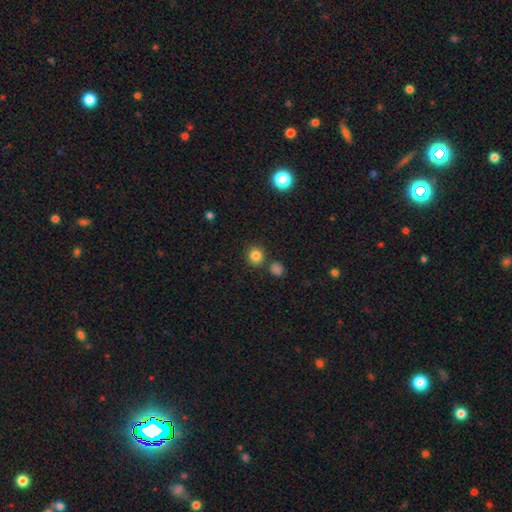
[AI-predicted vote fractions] A smooth galaxy with no disk features (83%) that is round (86%). Merging: none (80%).